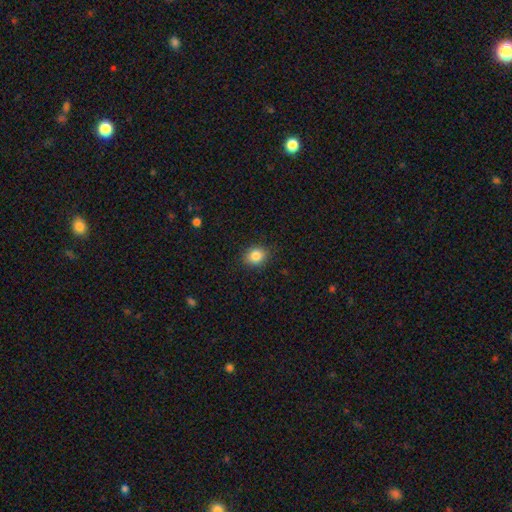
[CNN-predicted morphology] smooth_or_featured: smooth (p=0.85) [alt: star or artifact p=0.10]
how_rounded: round (p=0.64) [alt: in between p=0.35]
merging: none (p=0.88) [alt: minor disturbance p=0.08]